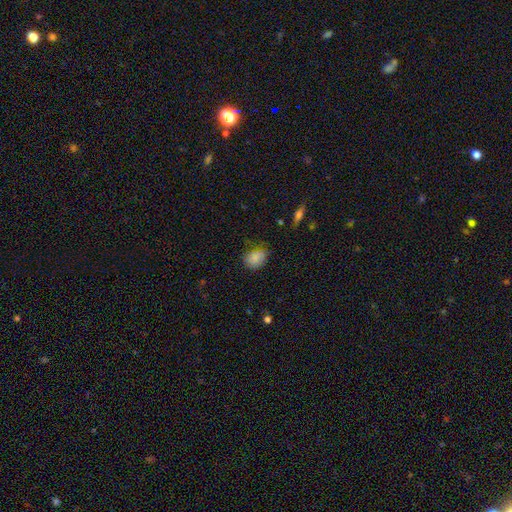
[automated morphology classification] This appears to be a smooth galaxy with no disk features (82%) that is in between round and cigar-shaped (57%). Merging: none (63%).